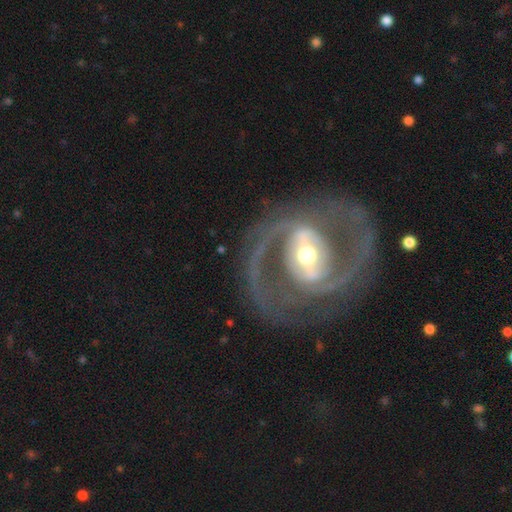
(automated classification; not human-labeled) smooth-or-featured: featured or disk: 91% | star or artifact: 5% | smooth: 5%
  disk-edge-on: no: 97% | yes: 3%
    bar: strong: 52% | weak: 33% | no: 16%
    has-spiral-arms: yes: 96% | no: 4%
      spiral-winding: medium: 57% | tight: 28% | loose: 15%
      spiral-arm-count: 2: 90% | can't tell: 3% | 3: 3% | 1: 2% | 4: 1% | more than 4: 1%
    bulge-size: moderate: 61% | small: 26% | large: 10% | dominant: 1% | none: 1%
  merging: none: 77% | minor disturbance: 12% | major disturbance: 9% | merger: 2%